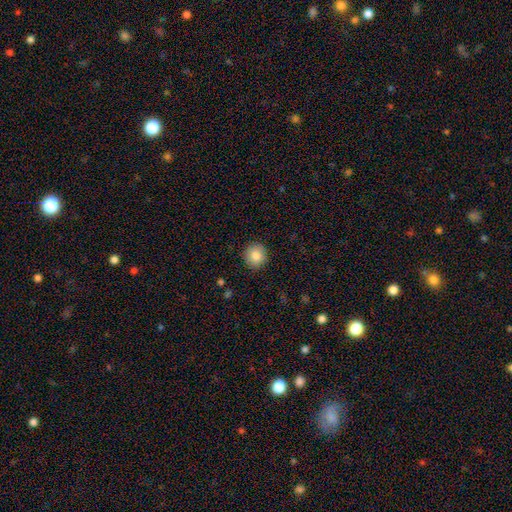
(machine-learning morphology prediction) type=smooth (85%); roundness=round (89%); merging=none (90%).